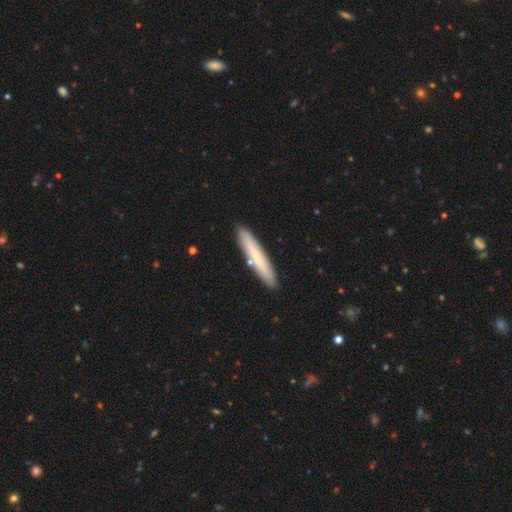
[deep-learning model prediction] Q: Smooth or featured?
A: smooth (67%); runner-up: featured or disk (27%)
Q: How rounded?
A: cigar-shaped (93%); runner-up: in between (6%)
Q: Merging?
A: none (88%); runner-up: minor disturbance (8%)